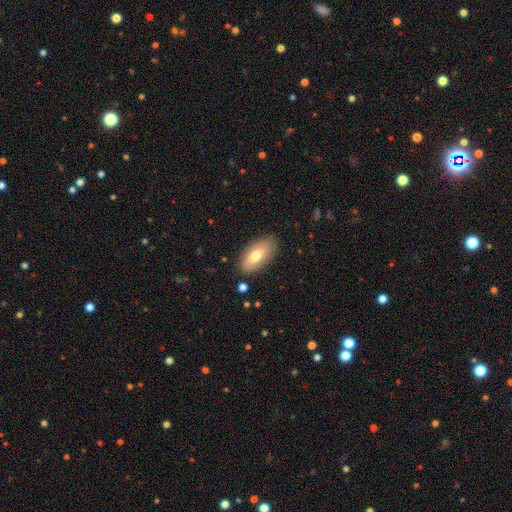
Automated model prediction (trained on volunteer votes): Smooth or featured: smooth — 68% (featured or disk — 26%)
How rounded: in between — 91% (cigar-shaped — 6%)
Merging: none — 83% (minor disturbance — 12%)